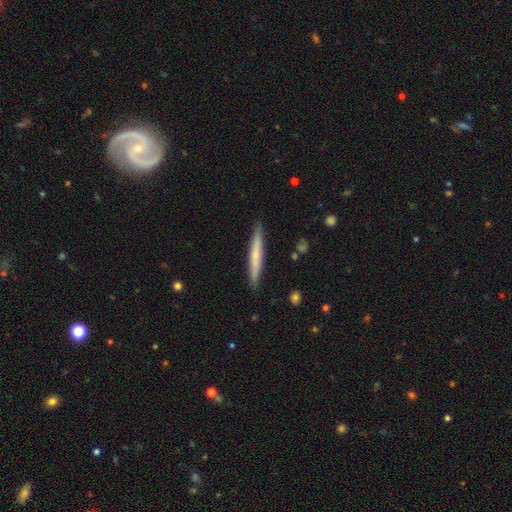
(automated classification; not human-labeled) smooth_or_featured: smooth (p=0.56) [alt: featured or disk p=0.38]
how_rounded: cigar-shaped (p=0.96) [alt: in between p=0.03]
merging: none (p=0.89) [alt: minor disturbance p=0.08]